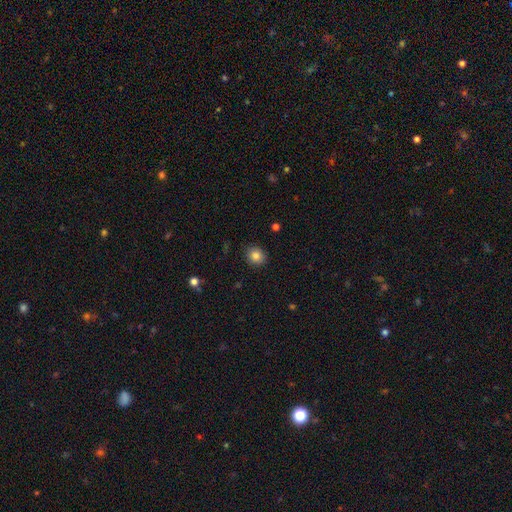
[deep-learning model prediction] Morphology: type=smooth (84%); roundness=round (77%); merging=none (88%).